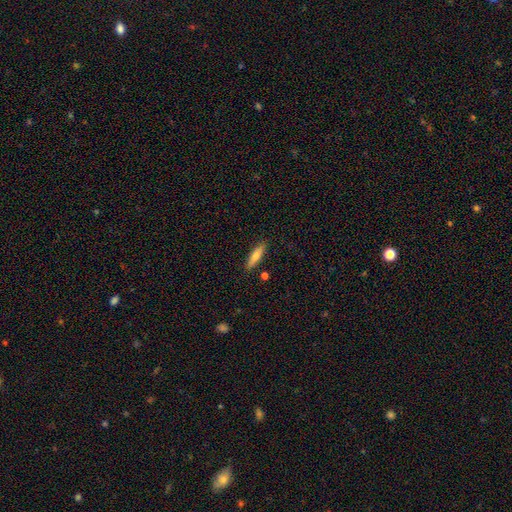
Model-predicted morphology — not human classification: Smooth or featured?
  - smooth: 67% *
  - featured or disk: 26%
  - star or artifact: 6%
How rounded?
  - cigar-shaped: 68% *
  - in between: 30%
  - round: 2%
Merging?
  - none: 87% *
  - minor disturbance: 9%
  - merger: 2%
  - major disturbance: 2%